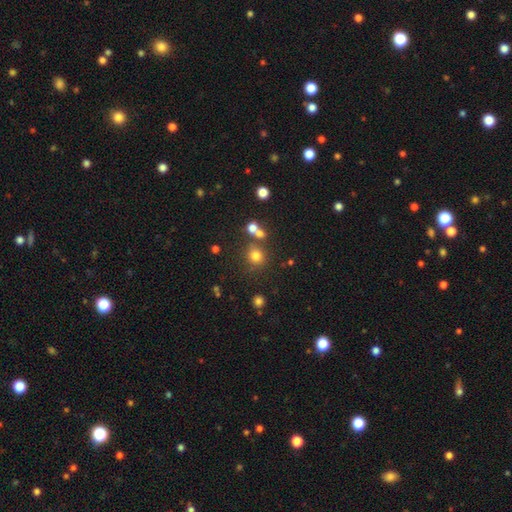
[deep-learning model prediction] smooth 75%, star or artifact 17%, featured or disk 8%. Down the decision tree: how rounded — round (86%); merging — none (66%).